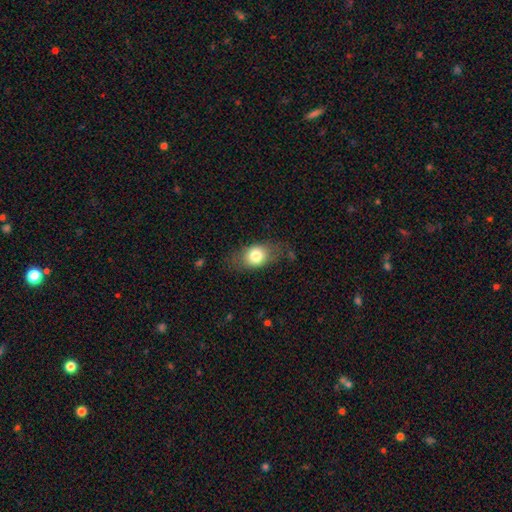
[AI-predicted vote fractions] This is likely a smooth galaxy (76%). How rounded: likely in between (69%). Merging: likely none (72%).